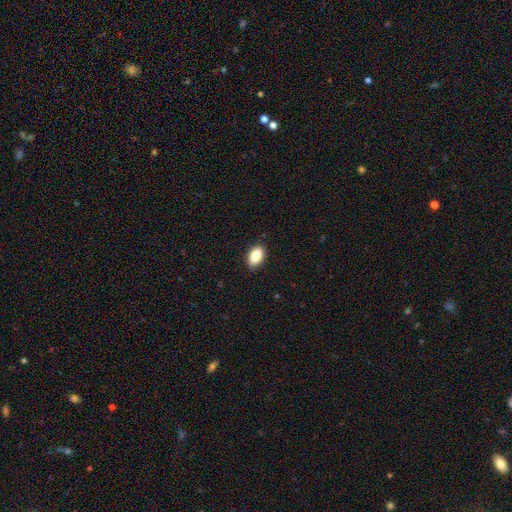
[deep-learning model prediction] The model was most divided on "merging": none: 88%, minor disturbance: 9%, major disturbance: 2%, merger: 1%. More confident: how rounded — in between (91%); smooth or featured — smooth (87%).